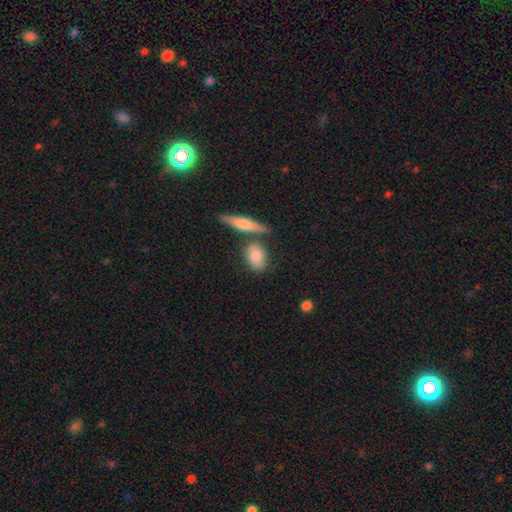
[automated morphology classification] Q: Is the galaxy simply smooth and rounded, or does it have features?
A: smooth — 78%.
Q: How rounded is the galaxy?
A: in between — 68%.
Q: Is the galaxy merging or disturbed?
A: none — 65%.